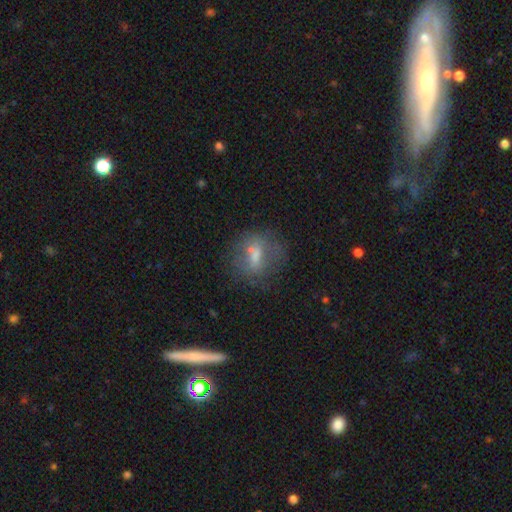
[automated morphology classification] This appears to be a smooth galaxy with no disk features (51%) that is round (42%). Merging: none (63%).